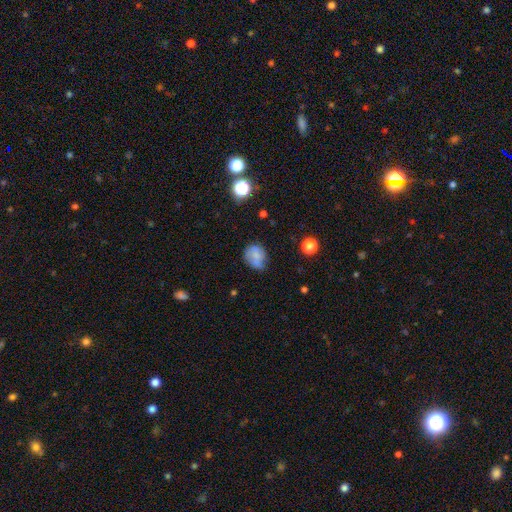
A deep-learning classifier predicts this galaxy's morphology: smooth_or_featured: smooth (p=0.64) [alt: featured or disk p=0.26]
how_rounded: round (p=0.61) [alt: in between p=0.38]
merging: none (p=0.52) [alt: minor disturbance p=0.32]